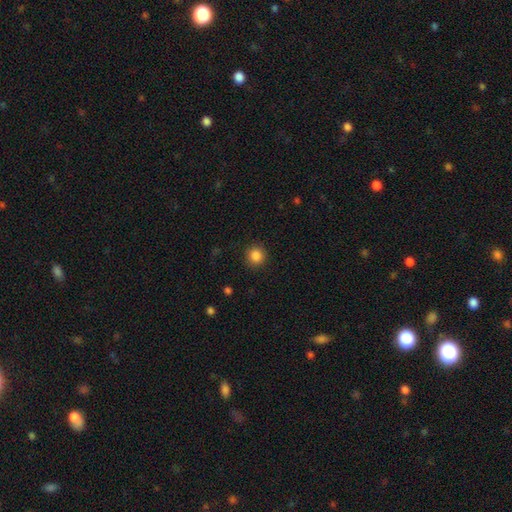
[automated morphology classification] A smooth galaxy with no disk features (86%) that is round (92%).

Vote fractions:
- Smooth or featured? smooth: 86% / star or artifact: 10% / featured or disk: 3%
- How rounded? round: 92% / in between: 7% / cigar-shaped: 1%
- Merging? none: 90% / minor disturbance: 6% / major disturbance: 2% / merger: 1%